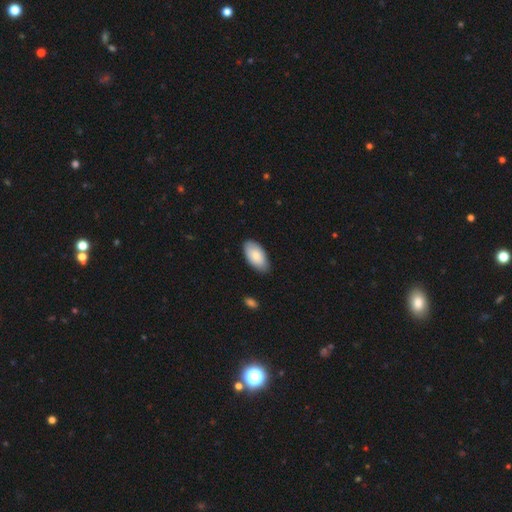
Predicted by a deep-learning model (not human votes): Smooth or featured?
  - smooth: 85% *
  - featured or disk: 9%
  - star or artifact: 6%
How rounded?
  - in between: 96% *
  - cigar-shaped: 2%
  - round: 2%
Merging?
  - none: 82% *
  - minor disturbance: 14%
  - major disturbance: 2%
  - merger: 1%